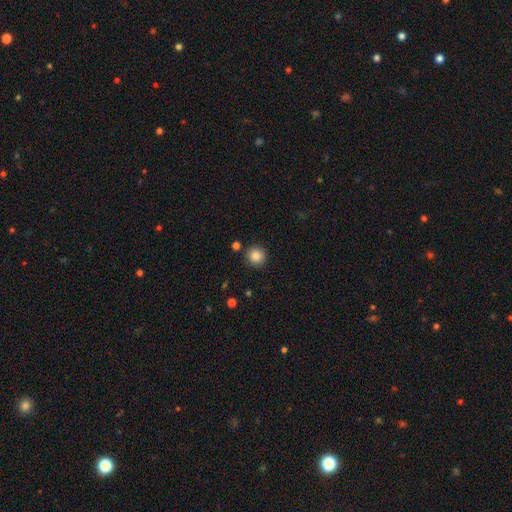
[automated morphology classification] This is clearly a smooth galaxy (85%). How rounded: clearly round (93%). Merging: clearly none (88%).